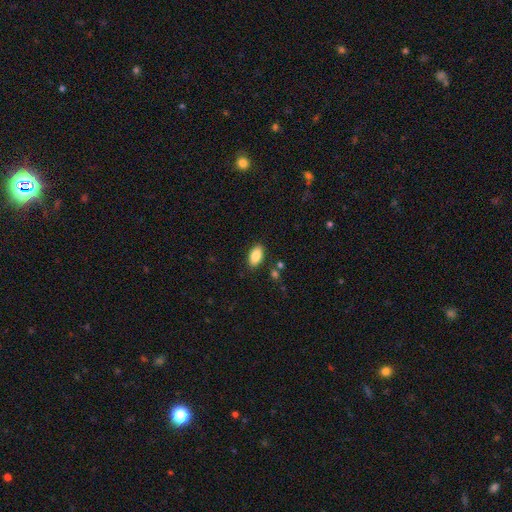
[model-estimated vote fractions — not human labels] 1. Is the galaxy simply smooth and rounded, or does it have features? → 87% smooth, 7% star or artifact, 6% featured or disk.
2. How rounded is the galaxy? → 93% in between, 4% round, 3% cigar-shaped.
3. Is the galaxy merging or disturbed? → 85% none, 10% minor disturbance, 2% merger, 2% major disturbance.